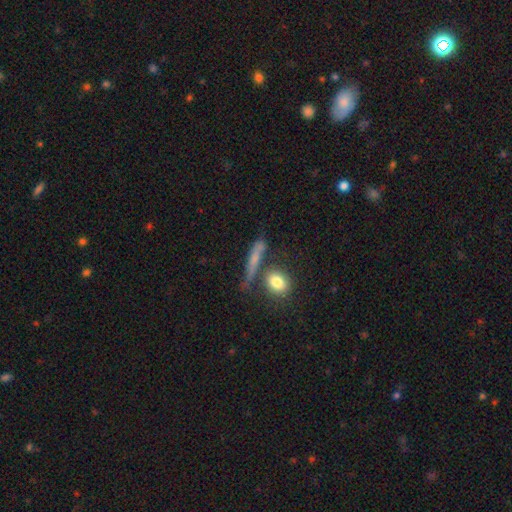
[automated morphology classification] Smooth or featured? Predicted: smooth (p=0.54). How rounded? Predicted: cigar-shaped (p=0.71). Merging? Predicted: none (p=0.61).